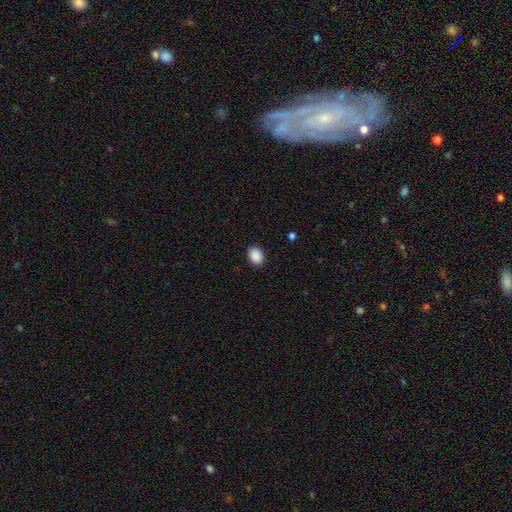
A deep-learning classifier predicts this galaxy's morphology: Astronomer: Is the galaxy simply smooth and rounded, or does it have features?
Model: smooth — 90%.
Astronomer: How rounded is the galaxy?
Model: in between — 62% (runner-up: round, 38%).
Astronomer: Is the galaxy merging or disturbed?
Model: none — 89%.